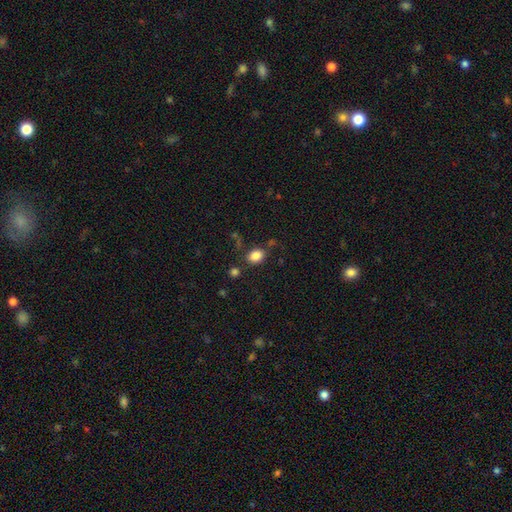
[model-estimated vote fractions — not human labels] smooth-or-featured: smooth: 84% | star or artifact: 10% | featured or disk: 5%
  how-rounded: in between: 60% | round: 39% | cigar-shaped: 1%
  merging: none: 76% | minor disturbance: 13% | merger: 6% | major disturbance: 5%